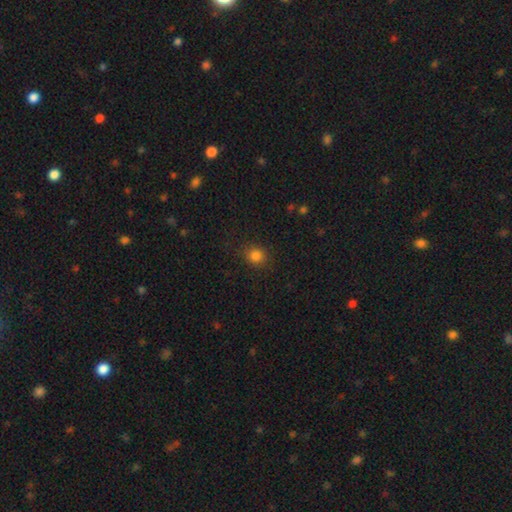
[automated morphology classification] A smooth galaxy with no disk features (83%) that is round (79%).

Vote fractions:
- Smooth or featured? smooth: 83% / star or artifact: 13% / featured or disk: 5%
- How rounded? round: 79% / in between: 20% / cigar-shaped: 1%
- Merging? none: 87% / minor disturbance: 9% / major disturbance: 3% / merger: 1%